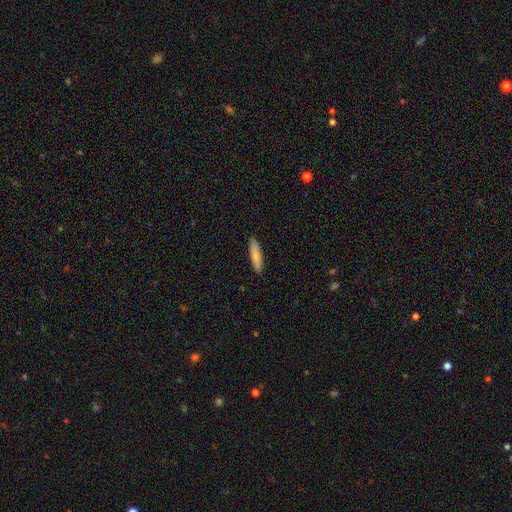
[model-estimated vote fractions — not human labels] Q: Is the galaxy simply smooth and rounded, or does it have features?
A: smooth — 80%.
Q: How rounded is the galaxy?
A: cigar-shaped — 75%.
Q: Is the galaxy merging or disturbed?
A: none — 89%.